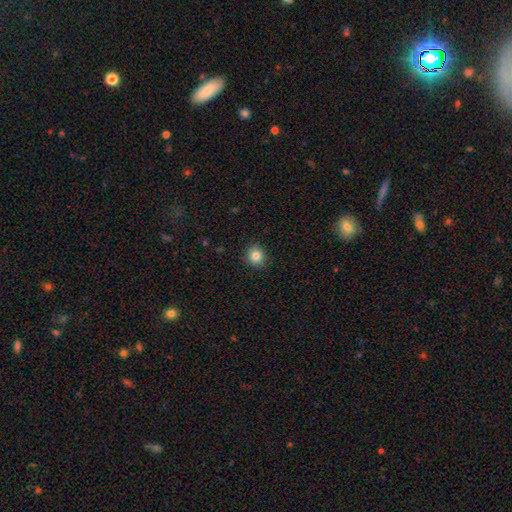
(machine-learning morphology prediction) smooth_or_featured: smooth (p=0.83) [alt: star or artifact p=0.11]
how_rounded: round (p=0.89) [alt: in between p=0.10]
merging: none (p=0.90) [alt: minor disturbance p=0.07]